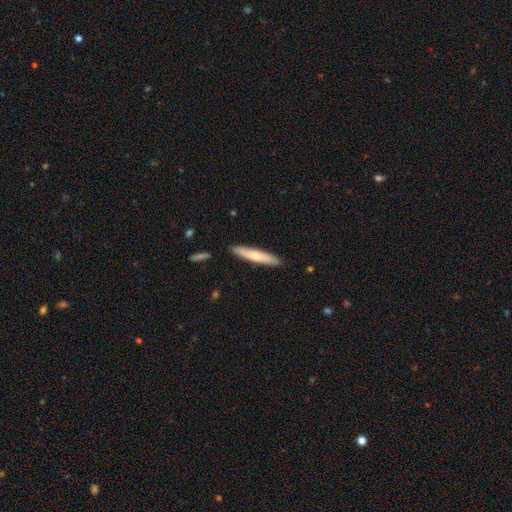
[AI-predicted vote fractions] This appears to be a smooth galaxy with no disk features (62%) that is cigar-shaped (92%). Merging: none (89%).